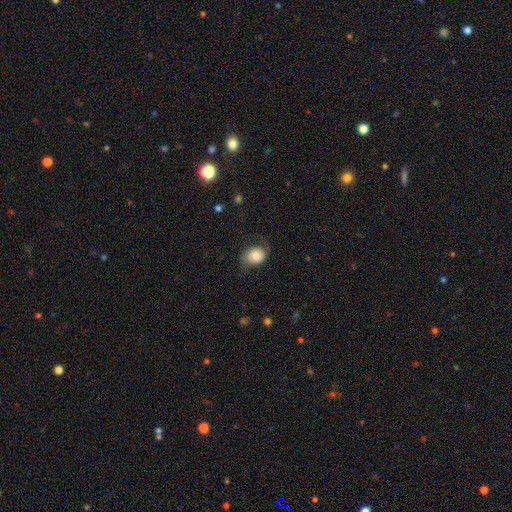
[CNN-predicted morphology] smooth 74%, featured or disk 17%, star or artifact 8%. Down the decision tree: how rounded — in between (50%); merging — none (59%).